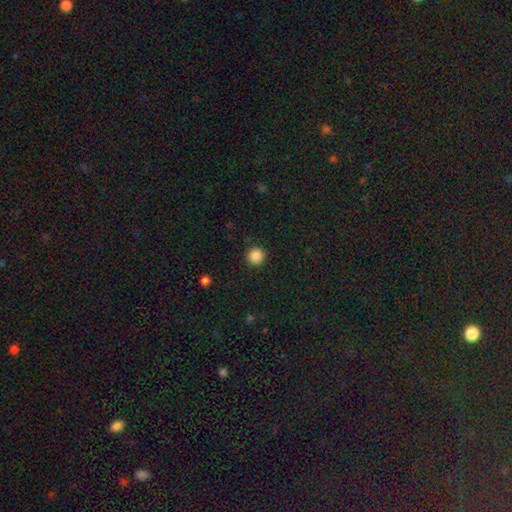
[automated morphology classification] smooth-or-featured: smooth: 87% | star or artifact: 10% | featured or disk: 3%
  how-rounded: round: 95% | in between: 4% | cigar-shaped: 1%
  merging: none: 92% | minor disturbance: 5% | major disturbance: 2% | merger: 1%